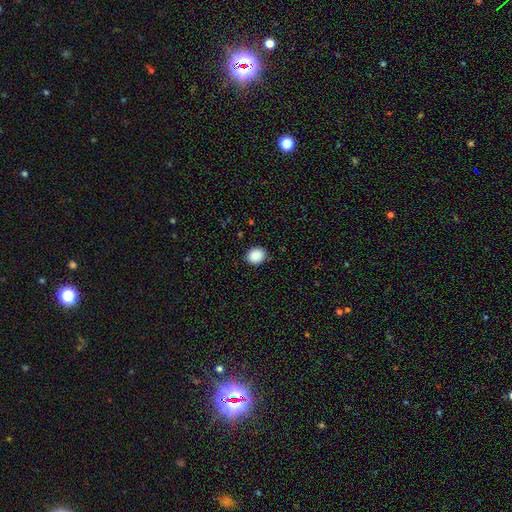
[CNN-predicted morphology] Q: Smooth or featured?
A: smooth (89%); runner-up: star or artifact (8%)
Q: How rounded?
A: round (61%); runner-up: in between (39%)
Q: Merging?
A: none (89%); runner-up: minor disturbance (8%)